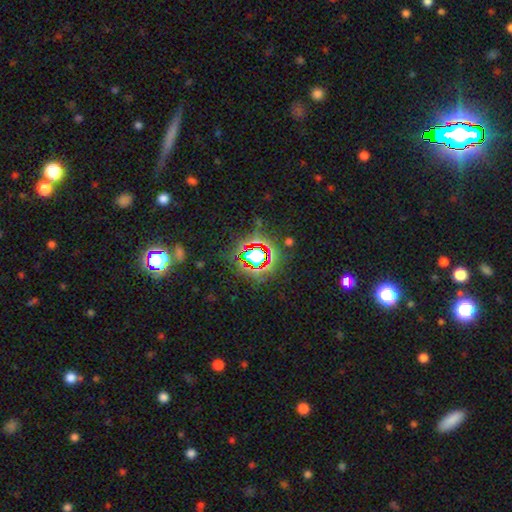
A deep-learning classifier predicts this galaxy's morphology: Smooth or featured? Predicted: star or artifact (p=0.73).